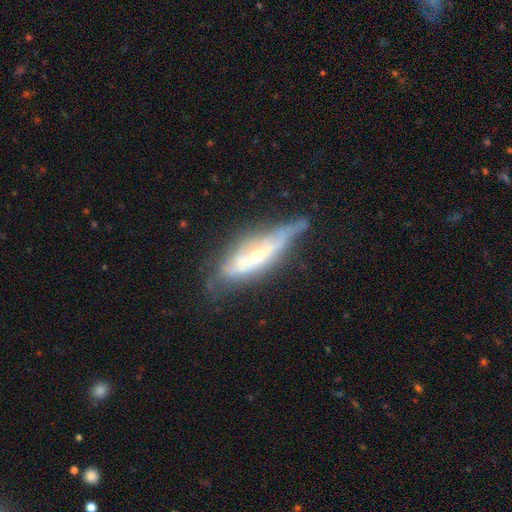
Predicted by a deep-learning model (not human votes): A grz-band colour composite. It shows a featured or disk galaxy (71%) viewed edge-on (60%). Merging: none (48%).